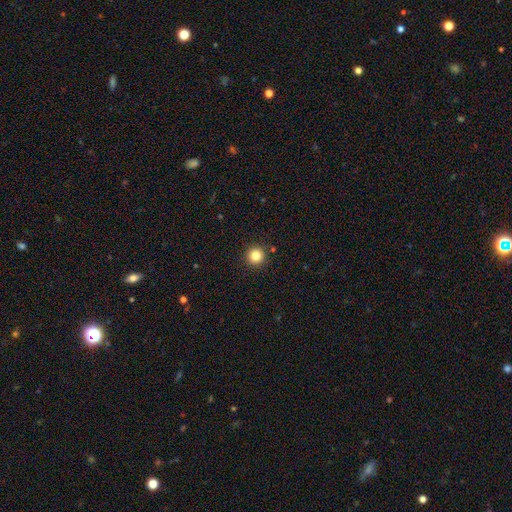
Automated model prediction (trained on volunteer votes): smooth 83%, star or artifact 12%, featured or disk 5%. Down the decision tree: how rounded — round (96%); merging — none (92%).